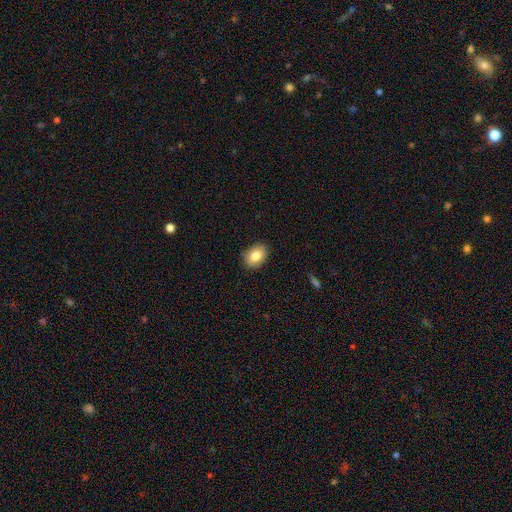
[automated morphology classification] type=smooth (83%); roundness=in between (79%); merging=none (88%).